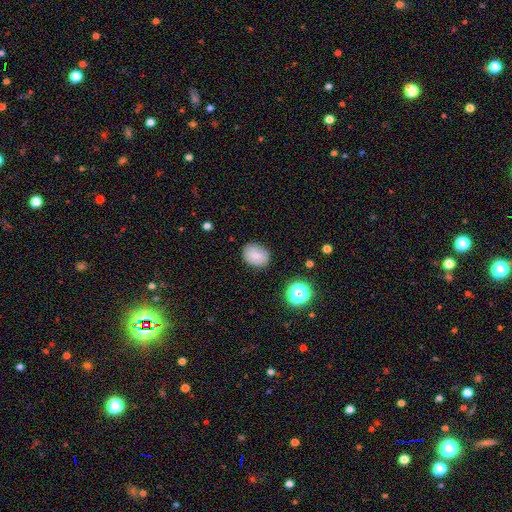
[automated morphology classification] A smooth galaxy with no disk features (71%) that is in between round and cigar-shaped (52%).

Vote fractions:
- Smooth or featured? smooth: 71% / featured or disk: 18% / star or artifact: 12%
- How rounded? in between: 52% / round: 47% / cigar-shaped: 1%
- Merging? none: 79% / minor disturbance: 16% / major disturbance: 4% / merger: 2%